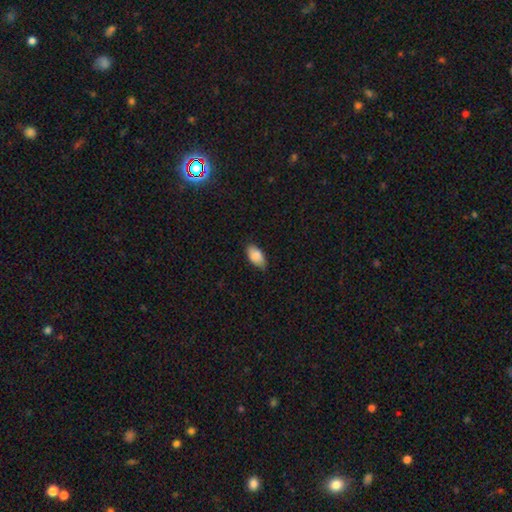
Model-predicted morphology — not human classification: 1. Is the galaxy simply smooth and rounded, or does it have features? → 86% smooth, 7% featured or disk, 7% star or artifact.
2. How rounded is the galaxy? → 93% in between, 3% cigar-shaped, 3% round.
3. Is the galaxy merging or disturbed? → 73% none, 22% minor disturbance, 3% major disturbance, 1% merger.